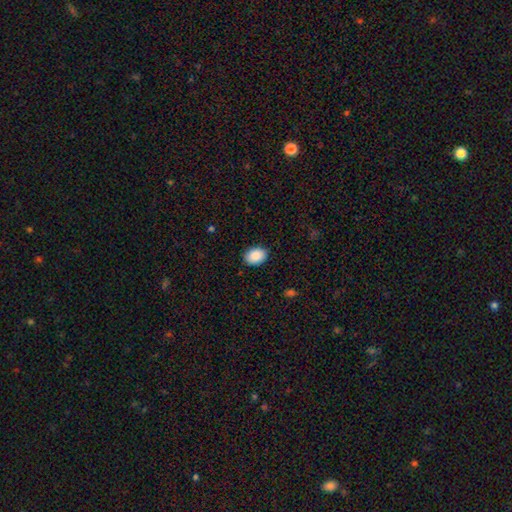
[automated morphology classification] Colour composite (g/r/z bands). It shows a smooth galaxy with no disk features (89%) that is in between round and cigar-shaped (74%). Merging: none (89%).